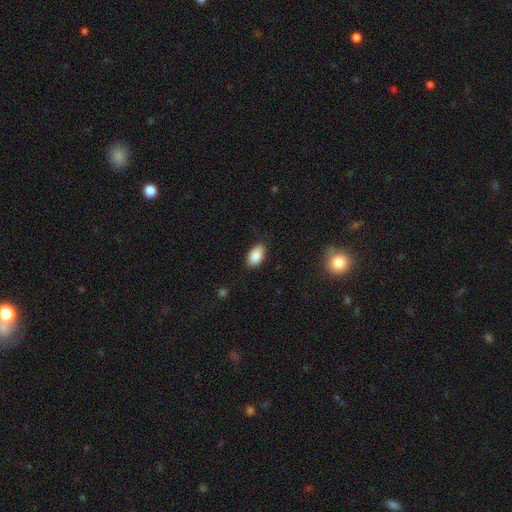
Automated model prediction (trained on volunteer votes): Smooth or featured? smooth (88%)
How rounded? in between (93%)
Merging? none (82%)